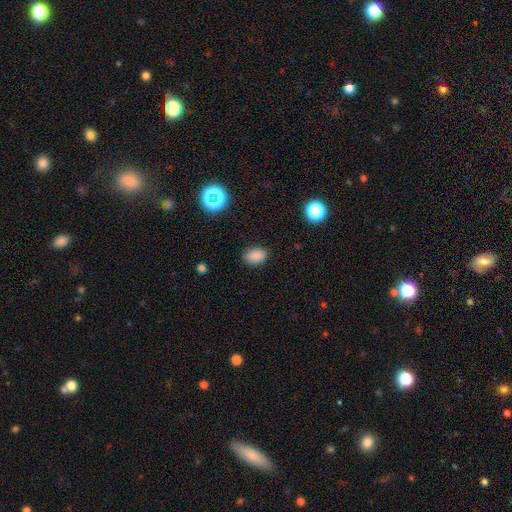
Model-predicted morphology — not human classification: smooth_or_featured: smooth (p=0.84) [alt: star or artifact p=0.12]
how_rounded: in between (p=0.78) [alt: round p=0.21]
merging: none (p=0.84) [alt: minor disturbance p=0.11]